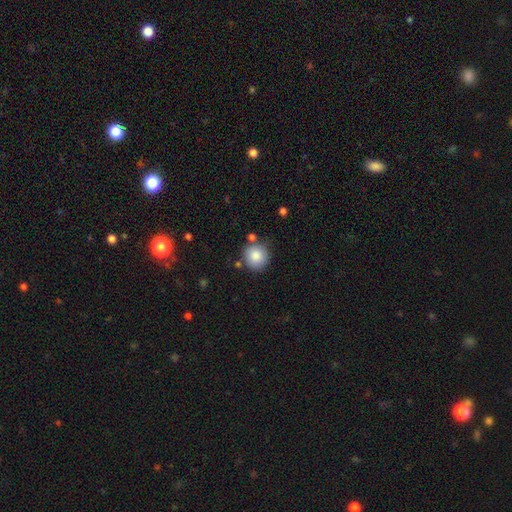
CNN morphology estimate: Smooth or featured? smooth (85%)
How rounded? round (92%)
Merging? none (78%)